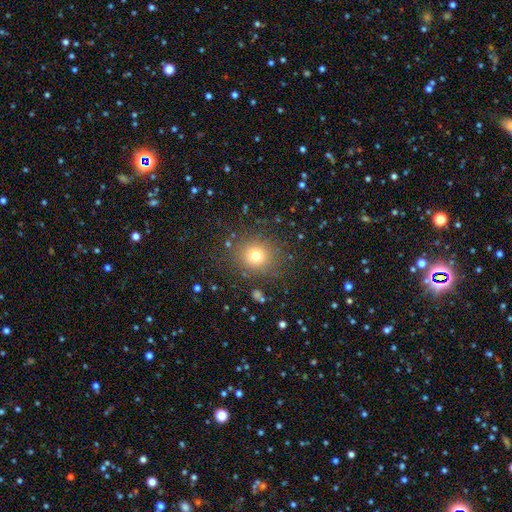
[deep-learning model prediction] A smooth galaxy with no disk features (74%) that is round (80%). Merging: none (83%).